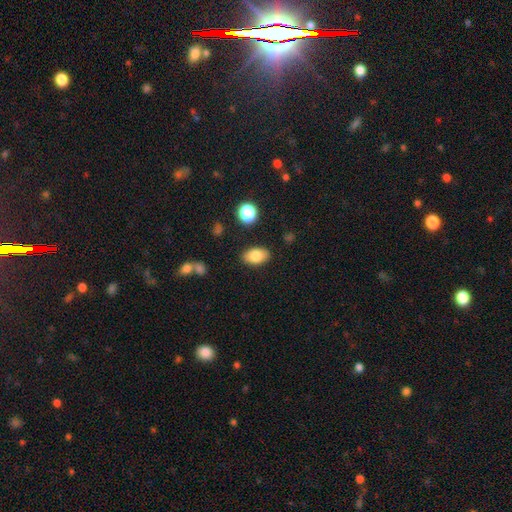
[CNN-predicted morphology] Smooth or featured: smooth — 81% (featured or disk — 11%)
How rounded: in between — 90% (round — 9%)
Merging: none — 85% (minor disturbance — 10%)